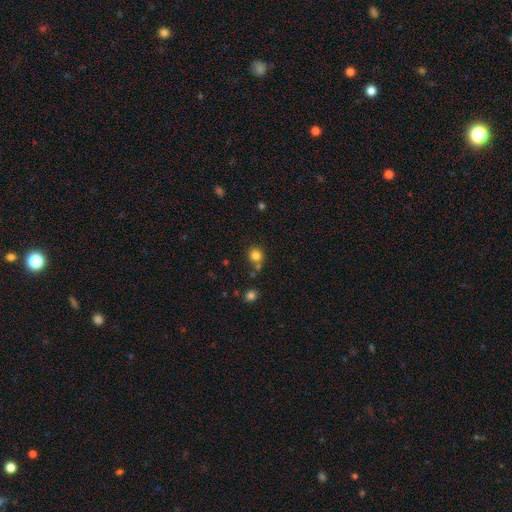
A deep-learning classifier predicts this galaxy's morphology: This appears to be a smooth galaxy with no disk features (82%) that is round (87%). Merging: none (71%).